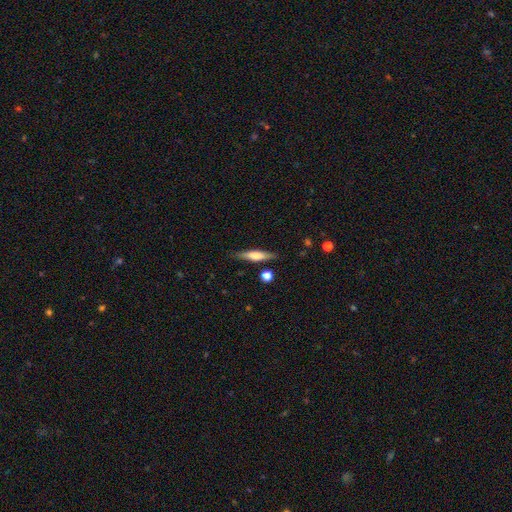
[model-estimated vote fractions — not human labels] The model was most divided on "smooth or featured" (2-way tie): featured or disk: 47%, smooth: 47%, star or artifact: 7%. More confident: merging — none (84%).